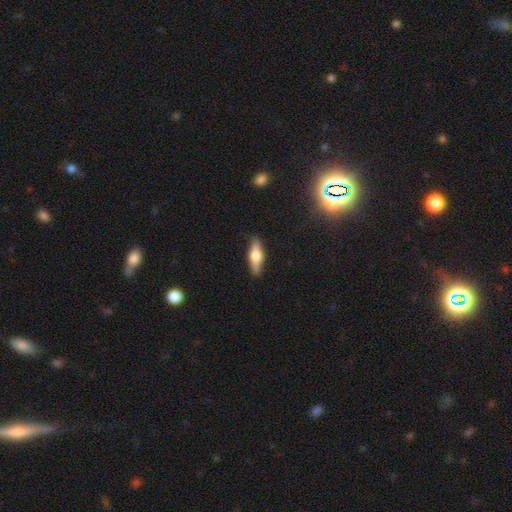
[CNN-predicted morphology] Smooth or featured?
  - smooth: 51% *
  - featured or disk: 43%
  - star or artifact: 6%
How rounded?
  - in between: 49% *
  - cigar-shaped: 48%
  - round: 3%
Merging?
  - none: 86% *
  - minor disturbance: 11%
  - major disturbance: 2%
  - merger: 1%